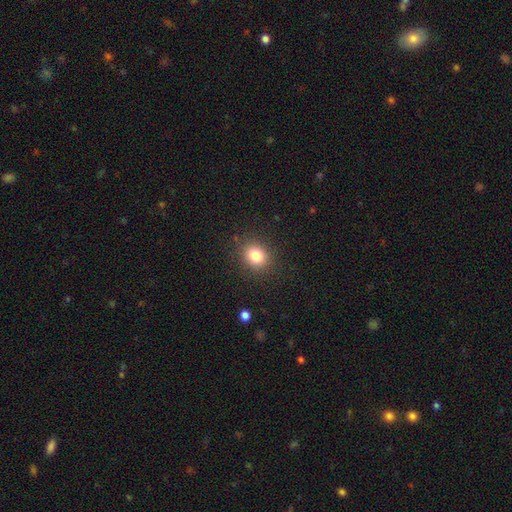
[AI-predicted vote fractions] Morphology: type=smooth (81%); roundness=round (67%); merging=none (88%).